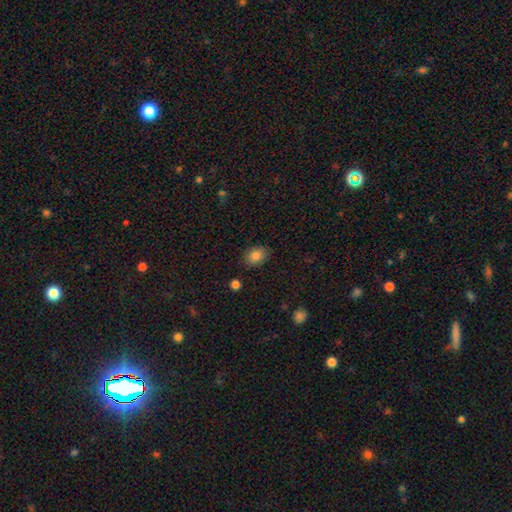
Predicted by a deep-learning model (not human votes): smooth-or-featured: smooth: 86% | star or artifact: 9% | featured or disk: 5%
  how-rounded: in between: 71% | round: 28% | cigar-shaped: 1%
  merging: none: 85% | minor disturbance: 11% | major disturbance: 3% | merger: 2%